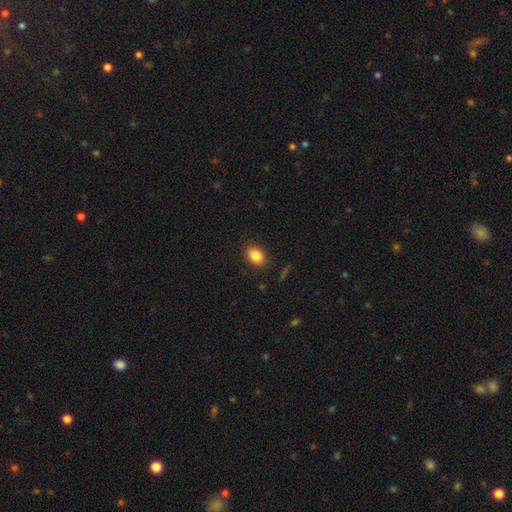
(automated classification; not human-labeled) Overall: smooth (85%). How rounded: in between (76%). Merging: none (88%).